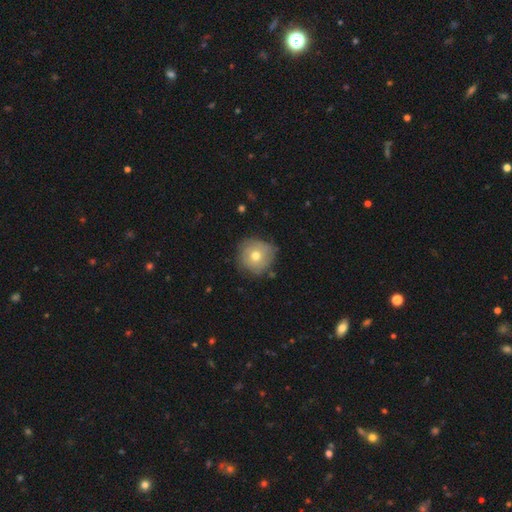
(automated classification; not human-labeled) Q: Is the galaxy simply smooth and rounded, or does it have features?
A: smooth — 63%.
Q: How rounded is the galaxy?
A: round — 93%.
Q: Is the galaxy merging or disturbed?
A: none — 75%.